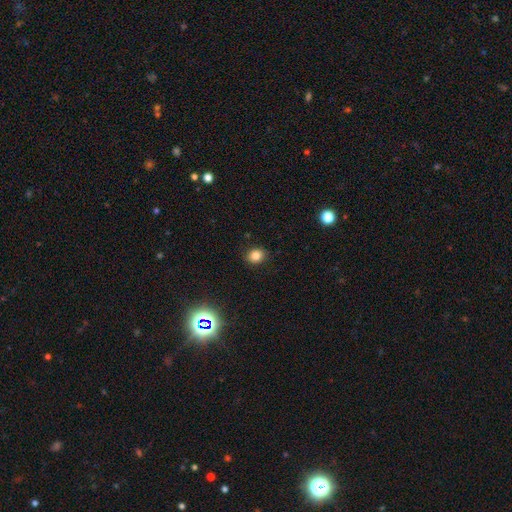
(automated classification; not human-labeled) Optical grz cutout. It shows a smooth galaxy with no disk features (82%) that is round (57%). Merging: none (88%).